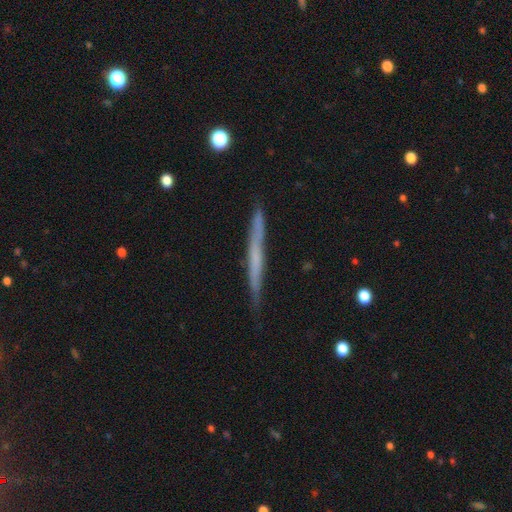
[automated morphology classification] A featured or disk galaxy (51%) viewed edge-on (96%). Merging: none (89%).